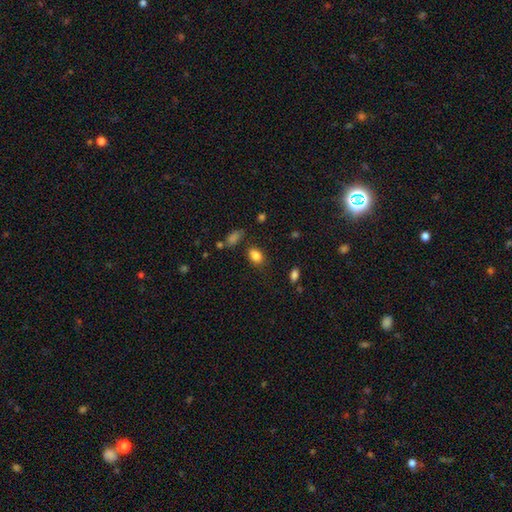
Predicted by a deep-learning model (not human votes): Smooth or featured? Predicted: smooth (p=0.84). How rounded? Predicted: in between (p=0.75). Merging? Predicted: none (p=0.76).